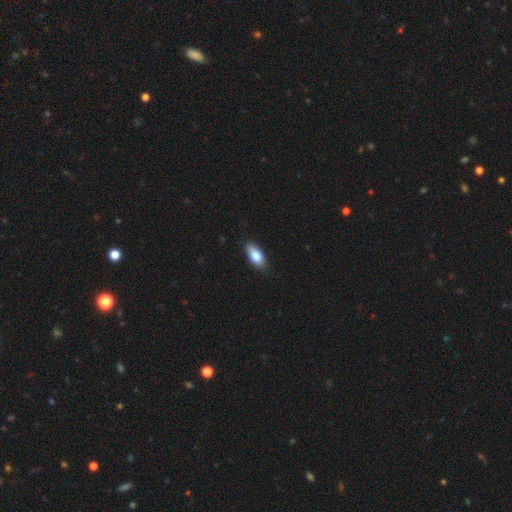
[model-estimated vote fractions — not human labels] smooth_or_featured: smooth (p=0.82) [alt: featured or disk p=0.12]
how_rounded: in between (p=0.85) [alt: cigar-shaped p=0.12]
merging: none (p=0.83) [alt: minor disturbance p=0.14]